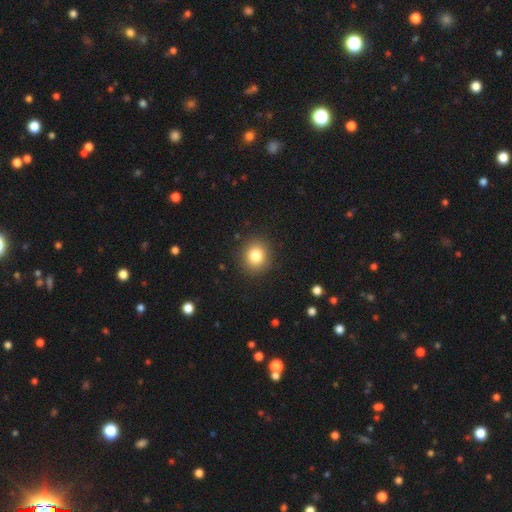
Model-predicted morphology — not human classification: Overall: smooth (82%). How rounded: round (83%). Merging: none (90%).